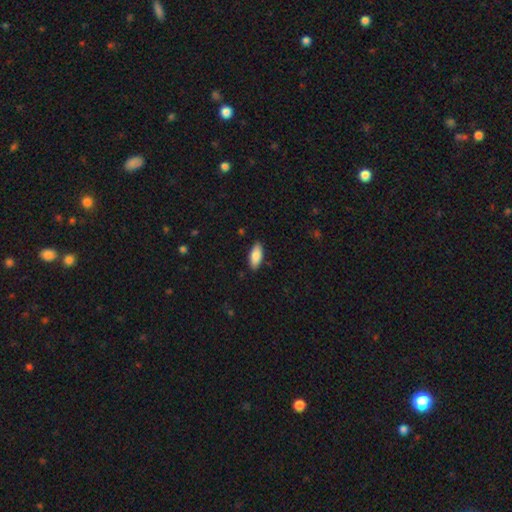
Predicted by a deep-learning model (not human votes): Smooth or featured: smooth — 86% (featured or disk — 8%)
How rounded: in between — 83% (cigar-shaped — 15%)
Merging: none — 86% (minor disturbance — 10%)